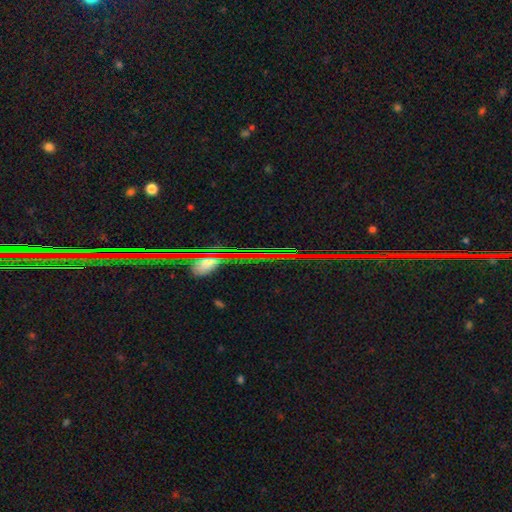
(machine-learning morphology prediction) The model was most divided on "smooth or featured": star or artifact: 84%, featured or disk: 9%, smooth: 7%.